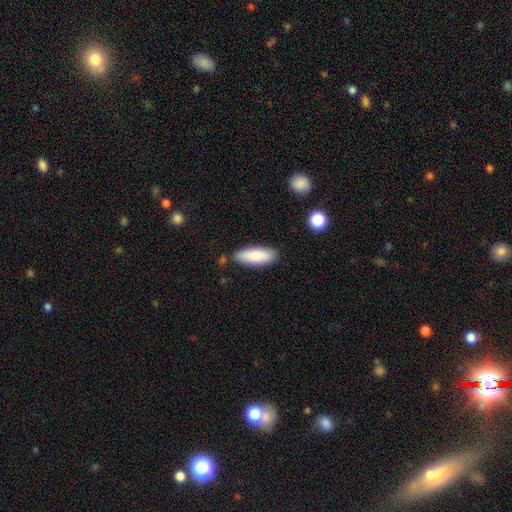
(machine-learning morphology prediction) smooth_or_featured: smooth (p=0.84) [alt: featured or disk p=0.10]
how_rounded: in between (p=0.65) [alt: cigar-shaped p=0.34]
merging: none (p=0.84) [alt: minor disturbance p=0.11]